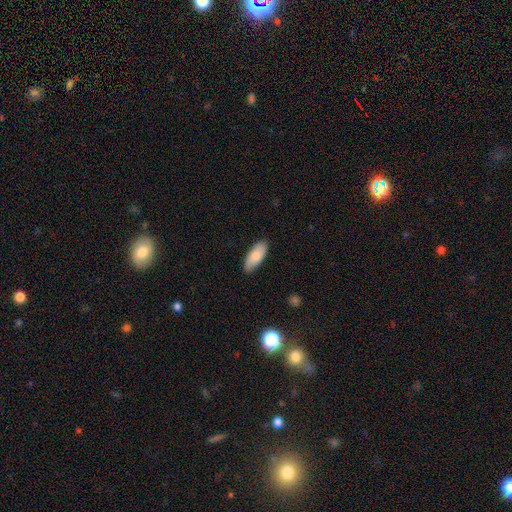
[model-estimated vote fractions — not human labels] This appears to be a smooth galaxy with no disk features (83%) that is in between round and cigar-shaped (82%). Merging: none (86%).